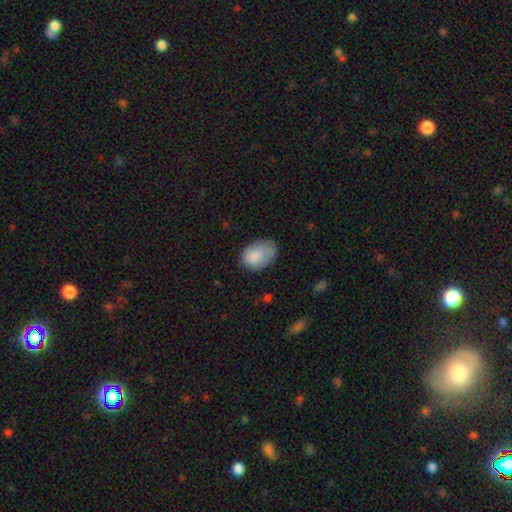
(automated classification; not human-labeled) Smooth or featured? Predicted: smooth (p=0.81). How rounded? Predicted: in between (p=0.84). Merging? Predicted: none (p=0.58).